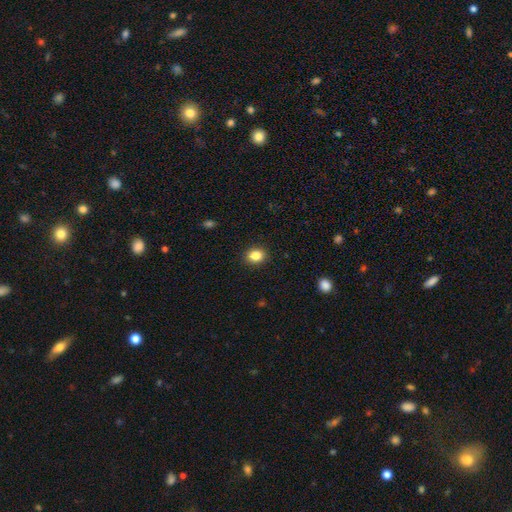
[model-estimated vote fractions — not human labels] Smooth or featured? smooth (86%)
How rounded? round (55%)
Merging? none (91%)